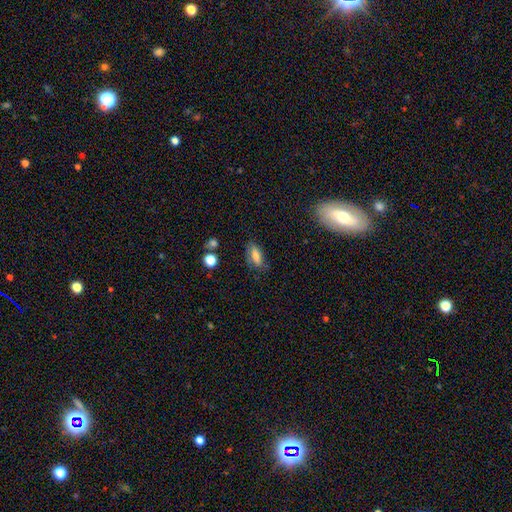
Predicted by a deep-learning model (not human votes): smooth-or-featured: smooth: 70% | featured or disk: 20% | star or artifact: 10%
  how-rounded: in between: 78% | cigar-shaped: 17% | round: 5%
  merging: none: 70% | minor disturbance: 22% | major disturbance: 6% | merger: 3%